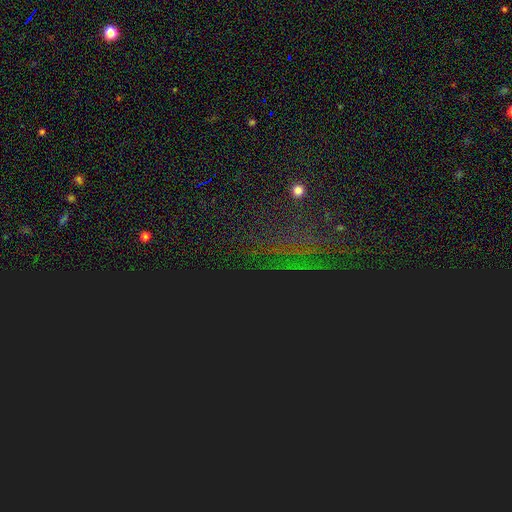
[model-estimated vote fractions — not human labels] A star or artifact, not a galaxy (82%).

Vote fractions:
- Smooth or featured? star or artifact: 82% / smooth: 11% / featured or disk: 8%